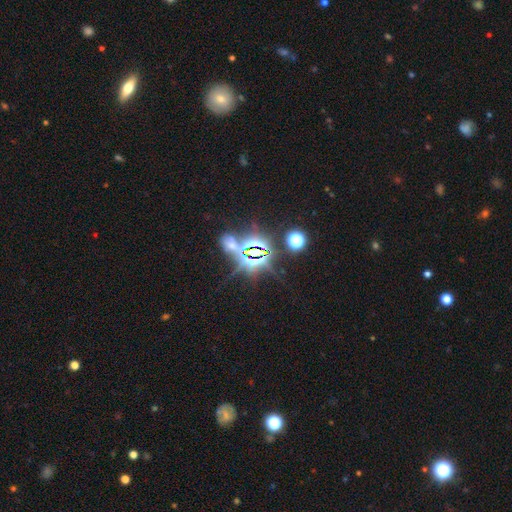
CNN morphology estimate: A star or artifact, not a galaxy (82%).

Vote fractions:
- Smooth or featured? star or artifact: 82% / smooth: 10% / featured or disk: 9%